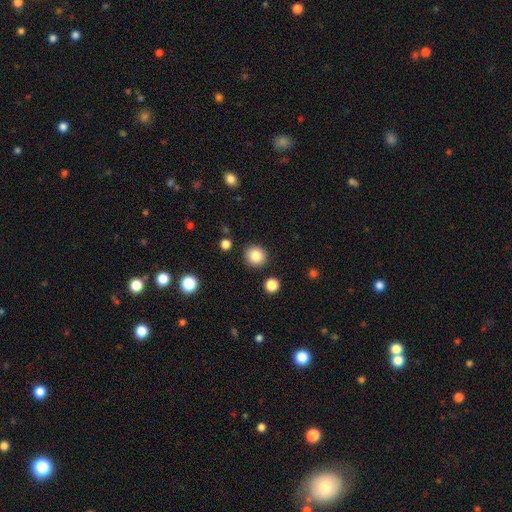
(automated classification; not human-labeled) A smooth galaxy with no disk features (85%) that is round (90%). Merging: none (90%).